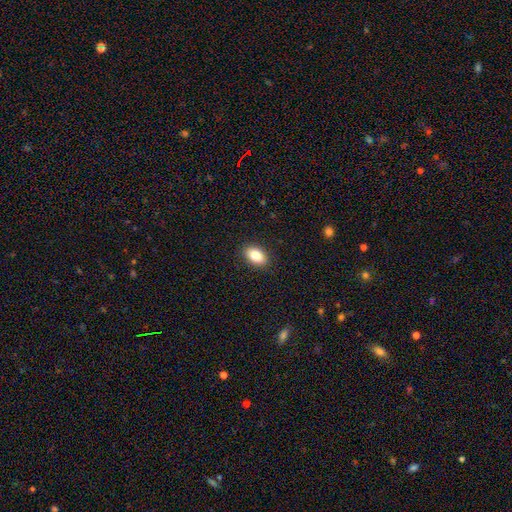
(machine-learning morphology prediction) smooth_or_featured: smooth (p=0.83) [alt: featured or disk p=0.09]
how_rounded: in between (p=0.90) [alt: round p=0.08]
merging: none (p=0.90) [alt: minor disturbance p=0.07]